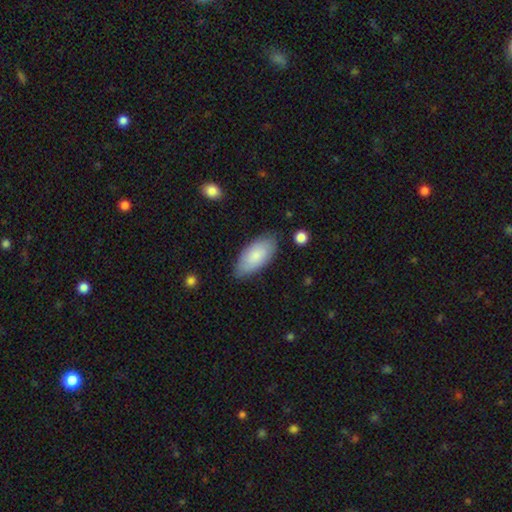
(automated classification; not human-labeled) Q: Smooth or featured?
A: smooth (80%); runner-up: featured or disk (15%)
Q: How rounded?
A: in between (91%); runner-up: cigar-shaped (7%)
Q: Merging?
A: none (78%); runner-up: minor disturbance (17%)